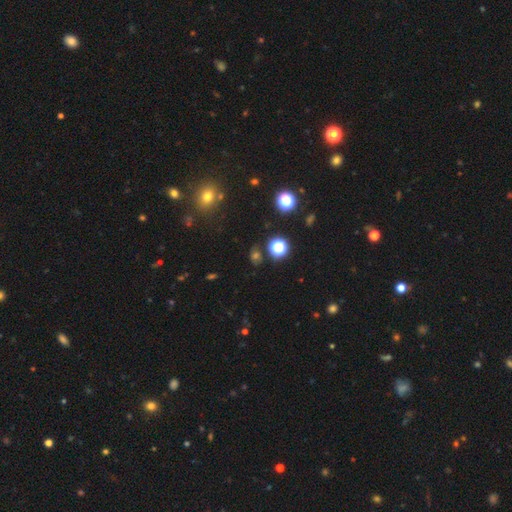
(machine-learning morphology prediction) Smooth or featured? Predicted: star or artifact (p=0.52).